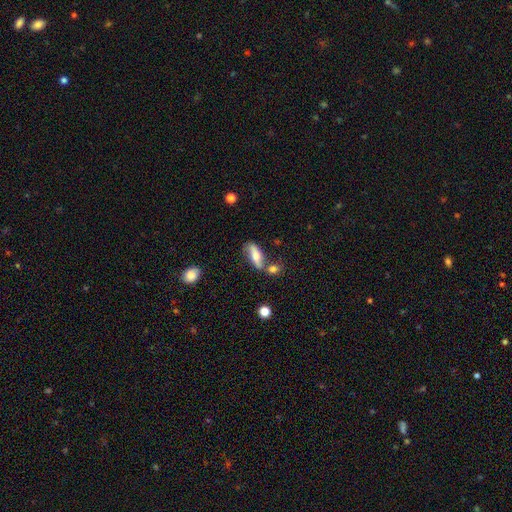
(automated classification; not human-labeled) The model was most divided on "smooth or featured": smooth: 52%, featured or disk: 40%, star or artifact: 8%. Remaining: how rounded — in between (60%); merging — none (50%).